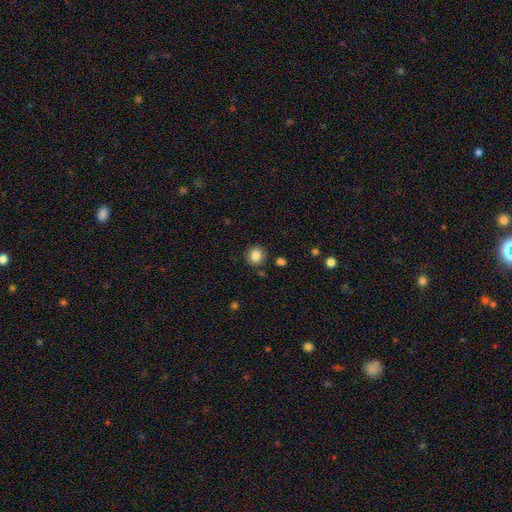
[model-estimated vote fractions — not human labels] Overall: smooth (84%). How rounded: round (86%). Merging: none (88%).